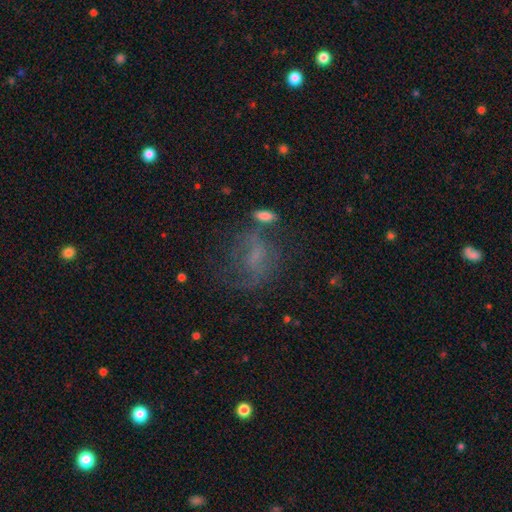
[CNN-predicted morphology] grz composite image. It shows a smooth galaxy with no disk features (38%). Merging: none (39%).